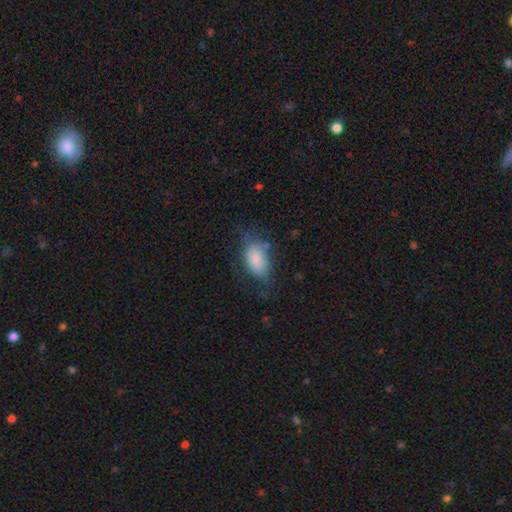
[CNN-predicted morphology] type=smooth (77%); roundness=in between (91%); merging=none (55%).